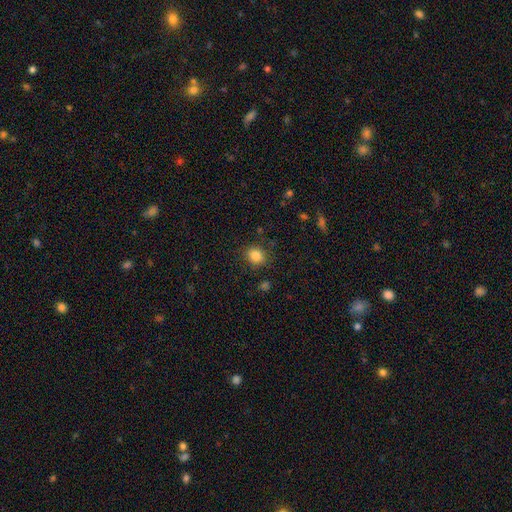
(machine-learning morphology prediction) Smooth or featured? smooth (84%)
How rounded? round (65%)
Merging? none (84%)